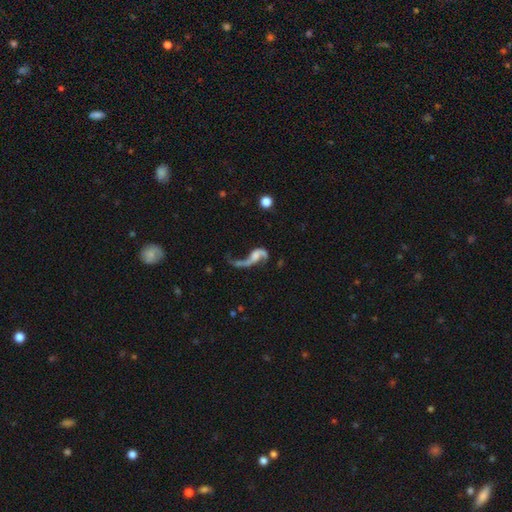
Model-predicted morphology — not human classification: A featured or disk galaxy (79%) with no bar (53%), 2 (80%) loose (89%) spiral arms (89%) and no central bulge (38%).

Vote fractions:
- Smooth or featured? featured or disk: 79% / smooth: 13% / star or artifact: 8%
- Edge-on disk? no: 95% / yes: 5%
- Bar? no: 53% / weak: 33% / strong: 14%
- Spiral arms? yes: 89% / no: 11%
- Spiral winding? loose: 89% / medium: 9% / tight: 2%
- Spiral arm count? 2: 80% / 1: 15% / can't tell: 2% / 3: 1% / 4: 1% / more than 4: 1%
- Bulge size? none: 38% / small: 29% / moderate: 22% / large: 8% / dominant: 3%
- Merging? major disturbance: 38% / none: 33% / minor disturbance: 15% / merger: 14%